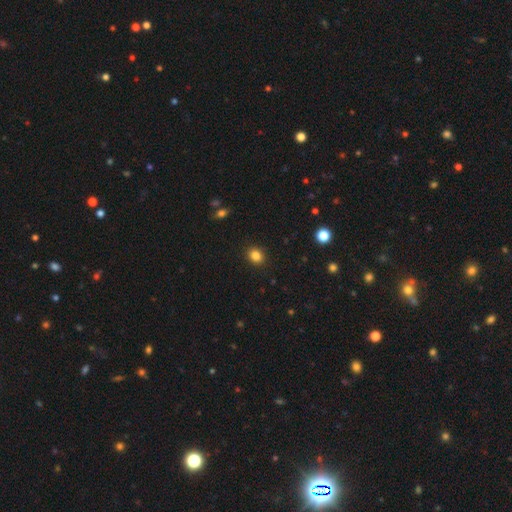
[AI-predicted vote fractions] The model was most divided on "how rounded": round: 66%, in between: 34%, cigar-shaped: 1%. More confident: merging — none (91%); smooth or featured — smooth (84%).